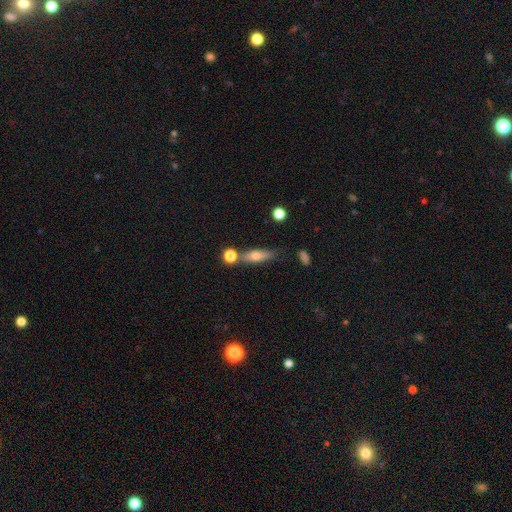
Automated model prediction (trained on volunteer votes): Smooth or featured? Predicted: smooth (p=0.60). How rounded? Predicted: cigar-shaped (p=0.56). Merging? Predicted: none (p=0.65).